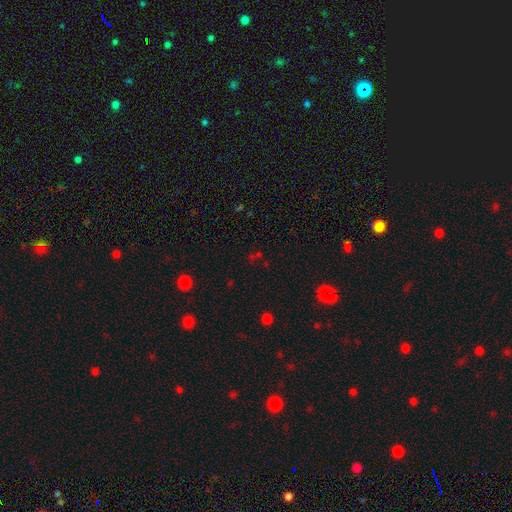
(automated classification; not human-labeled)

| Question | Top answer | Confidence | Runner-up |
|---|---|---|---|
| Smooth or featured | star or artifact | 58% | smooth (33%) |